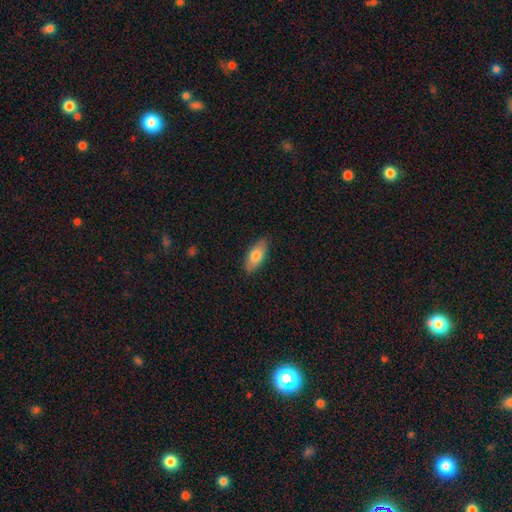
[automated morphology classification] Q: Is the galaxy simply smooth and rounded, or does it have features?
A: smooth — 77%.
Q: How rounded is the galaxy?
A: in between — 85%.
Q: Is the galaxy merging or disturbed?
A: none — 87%.